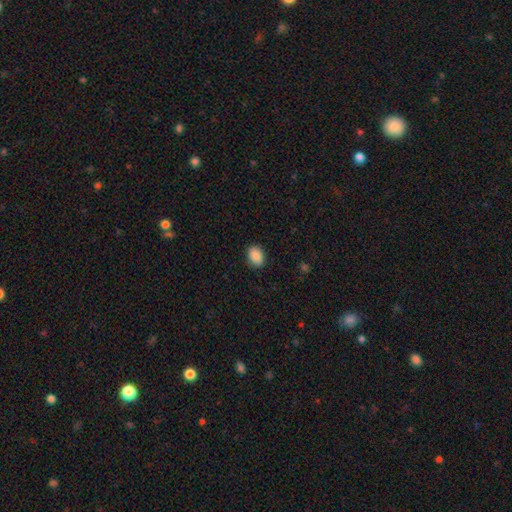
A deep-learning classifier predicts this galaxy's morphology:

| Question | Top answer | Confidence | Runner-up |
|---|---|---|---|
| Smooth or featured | smooth | 89% | star or artifact (8%) |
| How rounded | in between | 75% | round (24%) |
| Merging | none | 88% | minor disturbance (9%) |